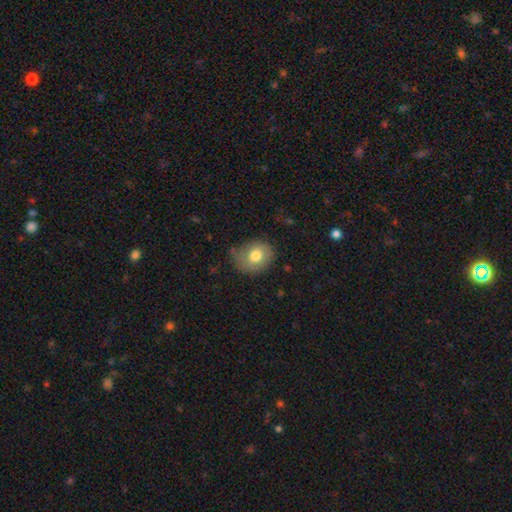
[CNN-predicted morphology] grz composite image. It shows a smooth galaxy with no disk features (76%) that is round (57%). Merging: none (66%).